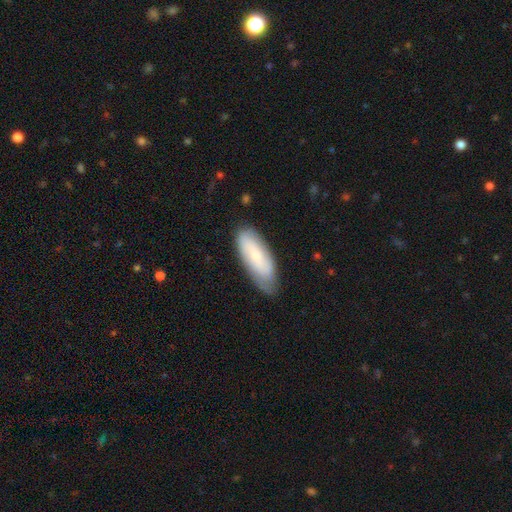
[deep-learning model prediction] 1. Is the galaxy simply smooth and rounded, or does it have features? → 55% smooth, 38% featured or disk, 6% star or artifact.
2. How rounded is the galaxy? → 72% in between, 26% cigar-shaped, 2% round.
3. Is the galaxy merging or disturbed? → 66% none, 27% minor disturbance, 6% major disturbance, 2% merger.